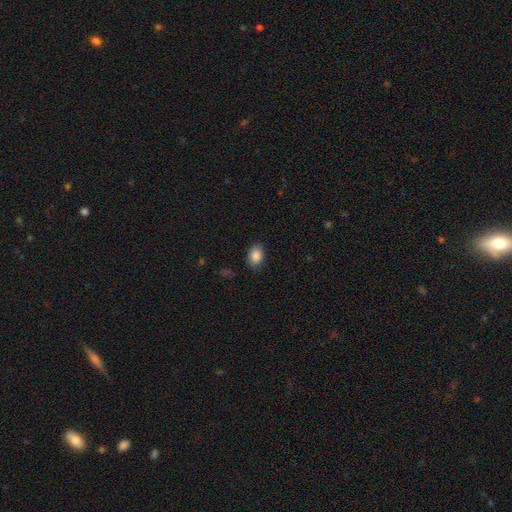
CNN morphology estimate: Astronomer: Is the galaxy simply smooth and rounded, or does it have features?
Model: smooth — 87%.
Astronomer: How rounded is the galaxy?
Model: in between — 83%.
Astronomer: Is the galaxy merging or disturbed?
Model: none — 85%.